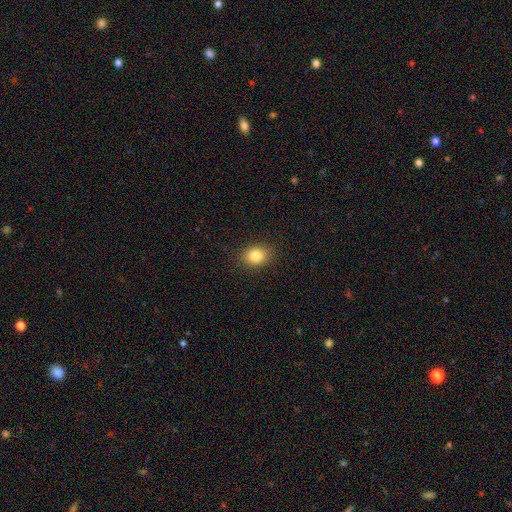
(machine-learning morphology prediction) The model was most divided on "how rounded": round: 50%, in between: 49%, cigar-shaped: 1%. More confident: merging — none (88%); smooth or featured — smooth (83%).